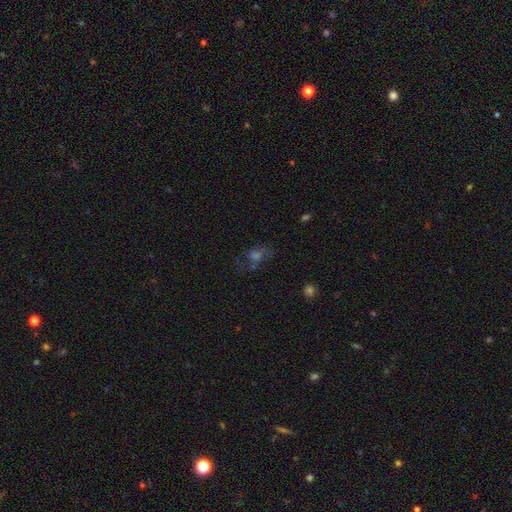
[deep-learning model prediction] smooth_or_featured: smooth (p=0.36) [tied with: star or artifact p=0.36]
merging: none (p=0.53) [alt: major disturbance p=0.20]